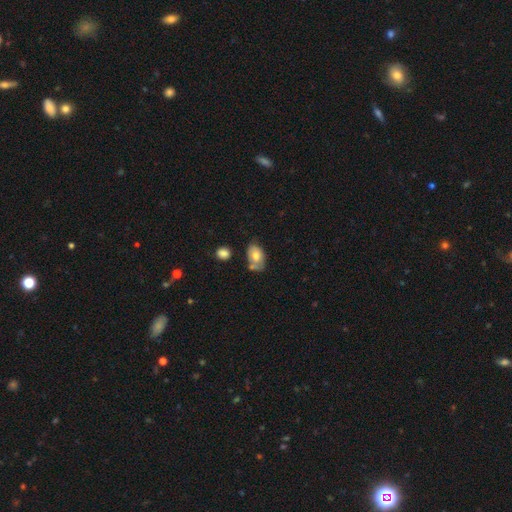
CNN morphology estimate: A smooth galaxy with no disk features (70%) that is in between round and cigar-shaped (85%). Merging: none (47%).